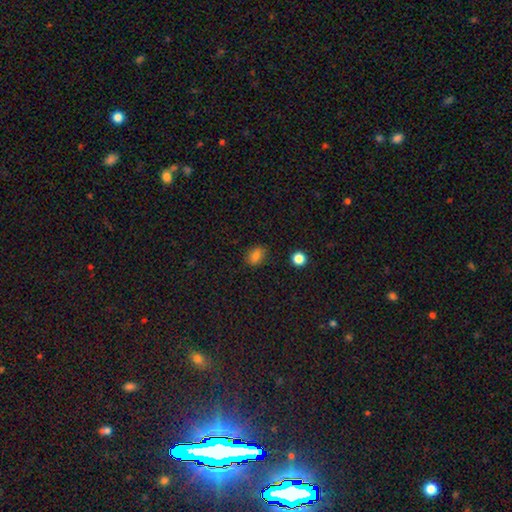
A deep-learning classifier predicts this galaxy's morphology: A smooth galaxy with no disk features (81%) that is in between round and cigar-shaped (59%). Merging: none (85%).